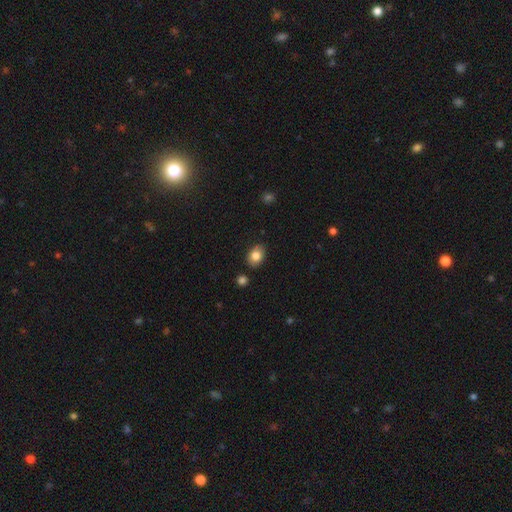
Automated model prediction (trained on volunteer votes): A smooth galaxy with no disk features (83%) that is in between round and cigar-shaped (73%).

Vote fractions:
- Smooth or featured? smooth: 83% / featured or disk: 9% / star or artifact: 8%
- How rounded? in between: 73% / round: 26% / cigar-shaped: 1%
- Merging? none: 84% / minor disturbance: 12% / merger: 2% / major disturbance: 2%